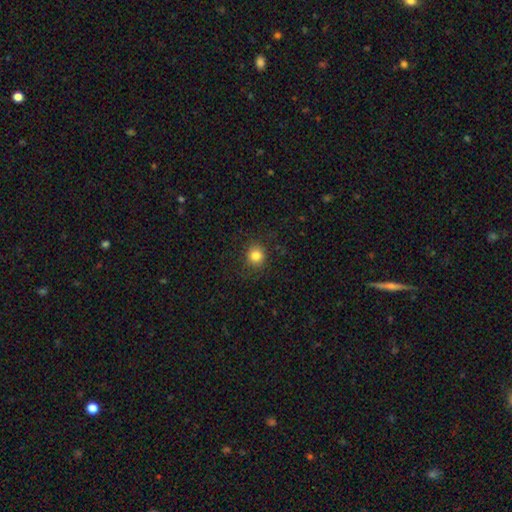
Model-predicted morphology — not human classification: This appears to be a smooth galaxy with no disk features (83%) that is round (89%). Merging: none (88%).